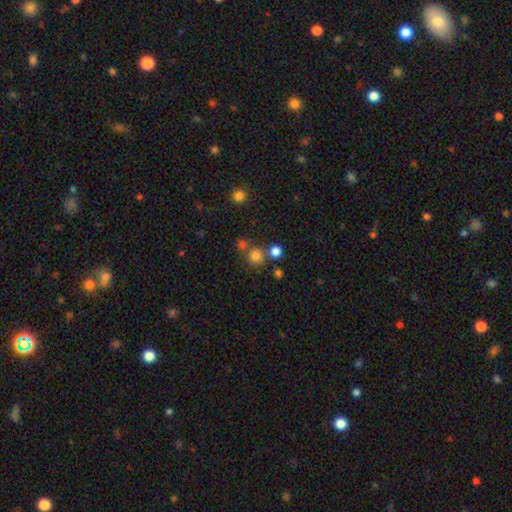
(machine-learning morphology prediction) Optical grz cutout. It shows a smooth galaxy with no disk features (75%) that is round (92%). Merging: none (69%).